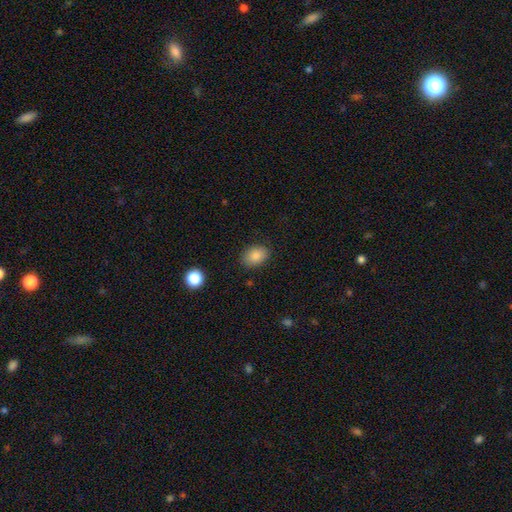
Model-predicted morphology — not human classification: Smooth or featured: smooth — 86% (star or artifact — 9%)
How rounded: in between — 74% (round — 25%)
Merging: none — 84% (minor disturbance — 11%)